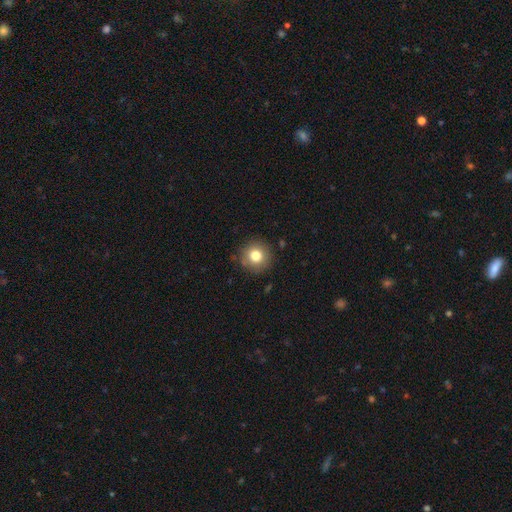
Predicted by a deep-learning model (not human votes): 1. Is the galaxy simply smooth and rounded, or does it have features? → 80% smooth, 11% star or artifact, 9% featured or disk.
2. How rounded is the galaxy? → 93% round, 6% in between, 1% cigar-shaped.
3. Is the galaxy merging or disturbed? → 87% none, 8% minor disturbance, 3% major disturbance, 1% merger.